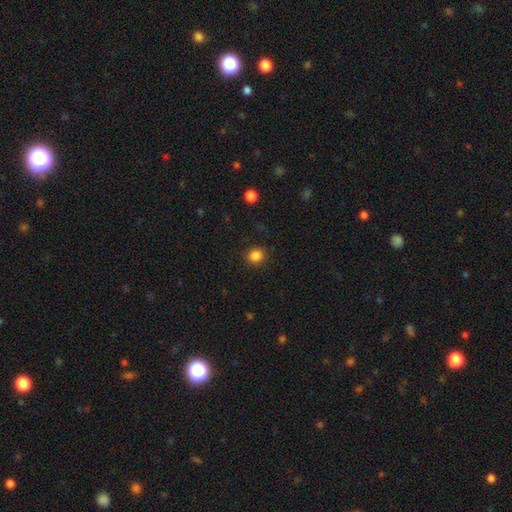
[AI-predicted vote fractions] Morphology: type=smooth (85%); roundness=round (87%); merging=none (90%).